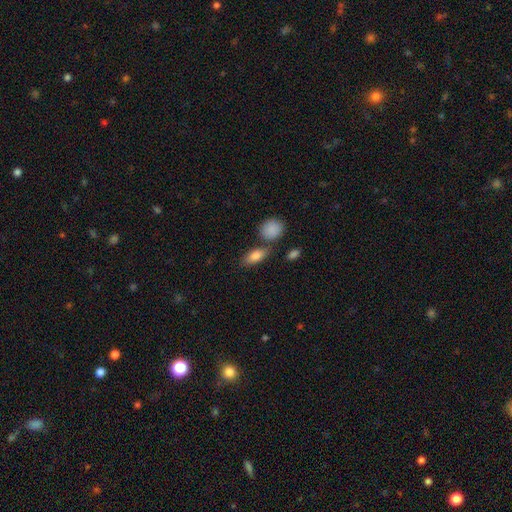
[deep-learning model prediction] smooth_or_featured: smooth (p=0.83) [alt: featured or disk p=0.10]
how_rounded: in between (p=0.83) [alt: cigar-shaped p=0.11]
merging: none (p=0.67) [alt: merger p=0.16]